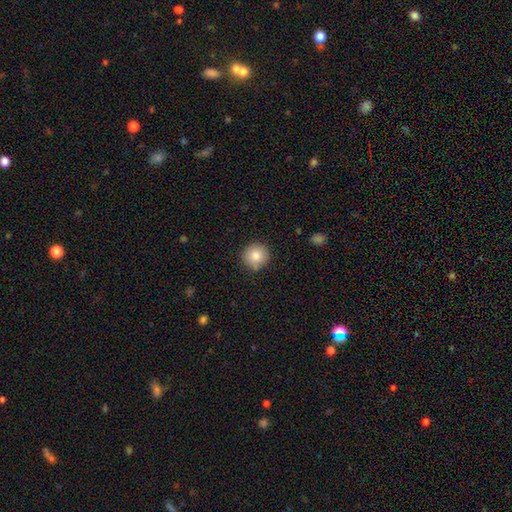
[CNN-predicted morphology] Smooth or featured?
  - smooth: 81% *
  - star or artifact: 9%
  - featured or disk: 9%
How rounded?
  - round: 94% *
  - in between: 5%
  - cigar-shaped: 1%
Merging?
  - none: 86% *
  - minor disturbance: 9%
  - major disturbance: 2%
  - merger: 2%